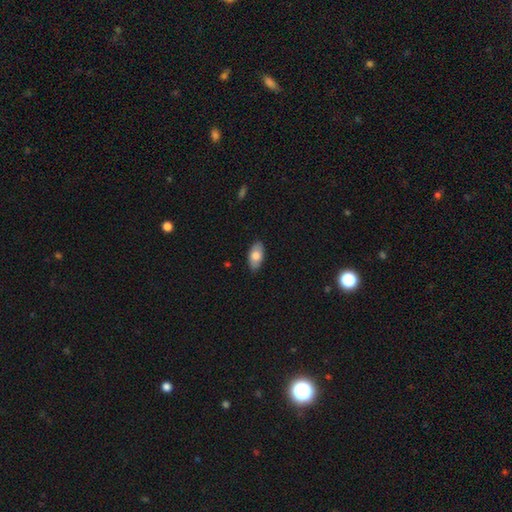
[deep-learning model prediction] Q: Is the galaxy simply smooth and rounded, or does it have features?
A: smooth — 76%.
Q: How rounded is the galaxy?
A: in between — 94%.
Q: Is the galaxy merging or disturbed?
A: none — 86%.